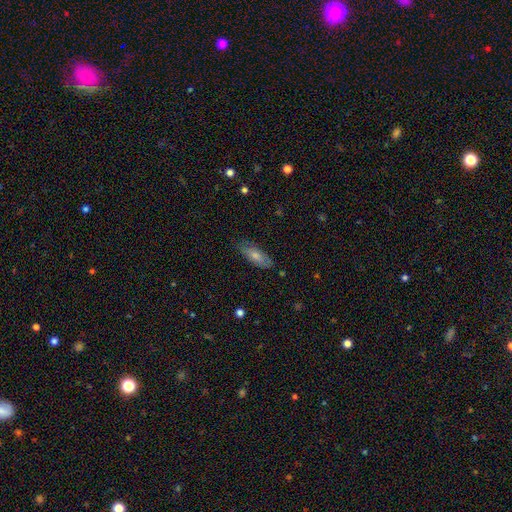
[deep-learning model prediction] A smooth galaxy with no disk features (72%) that is in between round and cigar-shaped (75%). Merging: none (77%).